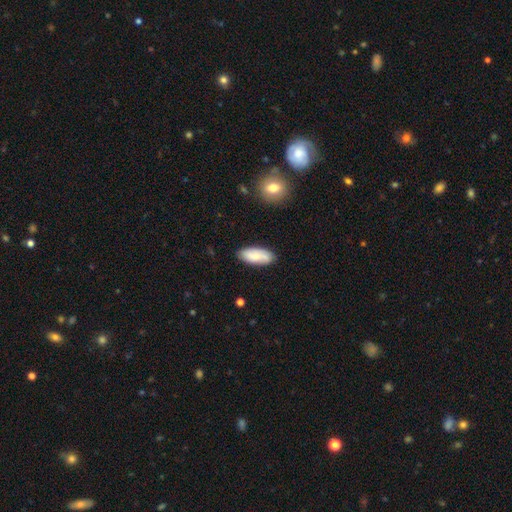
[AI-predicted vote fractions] This appears to be a smooth galaxy with no disk features (70%) that is in between round and cigar-shaped (84%). Merging: none (81%).